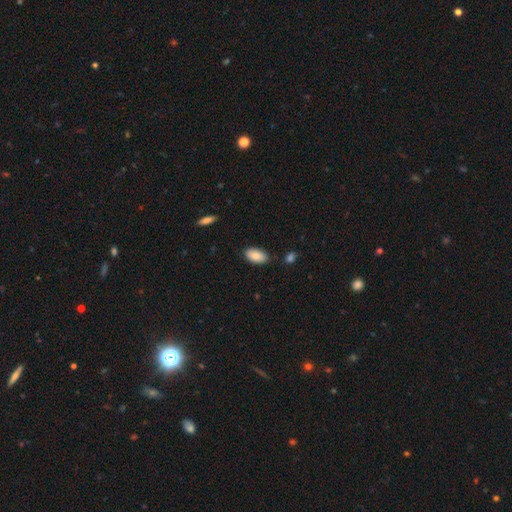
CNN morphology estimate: Overall: smooth (86%). How rounded: in between (95%). Merging: none (82%).